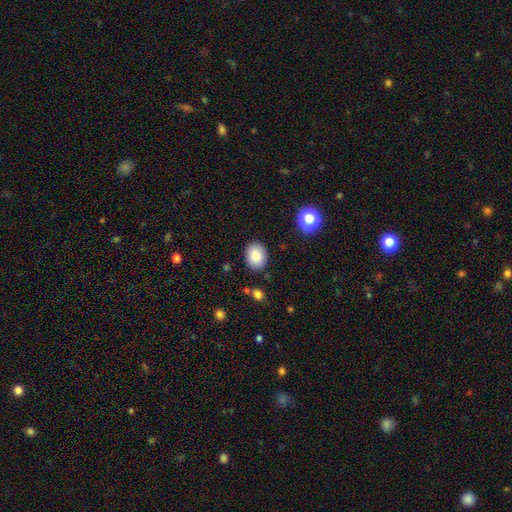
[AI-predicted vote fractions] This appears to be a smooth galaxy with no disk features (85%) that is in between round and cigar-shaped (59%). Merging: none (86%).